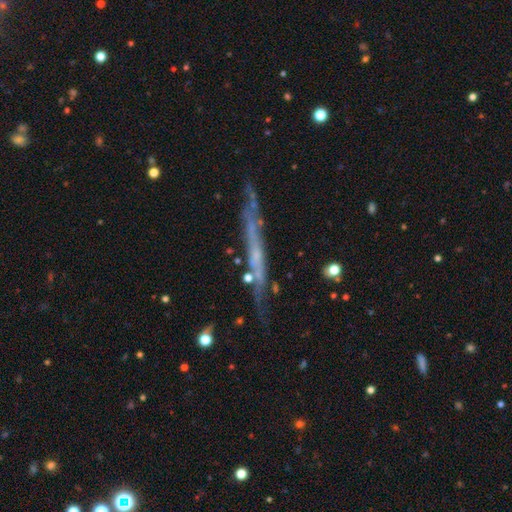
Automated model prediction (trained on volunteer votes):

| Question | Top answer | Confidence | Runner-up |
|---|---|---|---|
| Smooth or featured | featured or disk | 67% | smooth (24%) |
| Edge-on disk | yes | 86% | no (14%) |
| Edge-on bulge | none | 79% | rounded (15%) |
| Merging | none | 68% | minor disturbance (21%) |